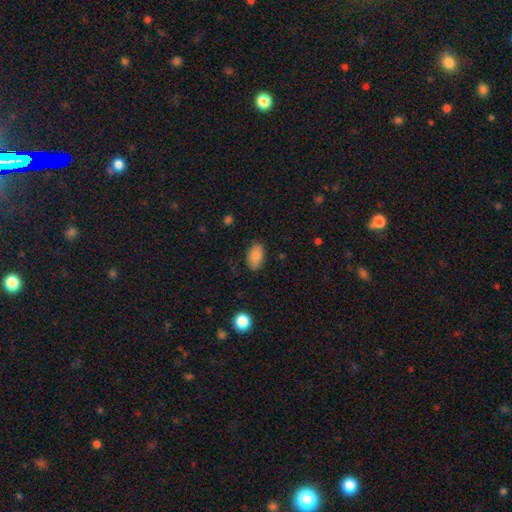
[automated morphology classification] Smooth or featured? smooth (85%)
How rounded? in between (92%)
Merging? none (85%)